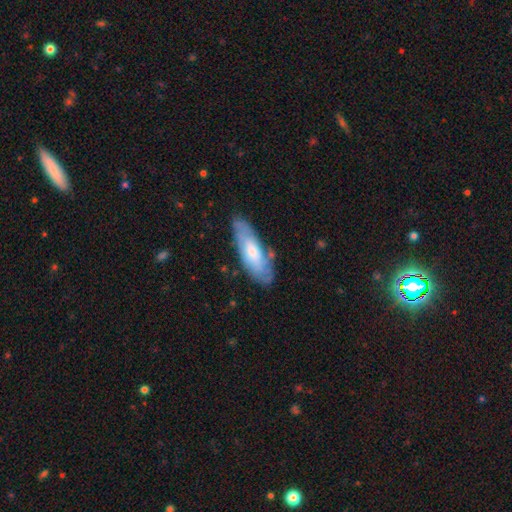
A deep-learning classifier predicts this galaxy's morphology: smooth-or-featured: smooth: 55% | featured or disk: 39% | star or artifact: 6%
  how-rounded: in between: 63% | cigar-shaped: 35% | round: 2%
  merging: none: 70% | minor disturbance: 21% | major disturbance: 6% | merger: 3%